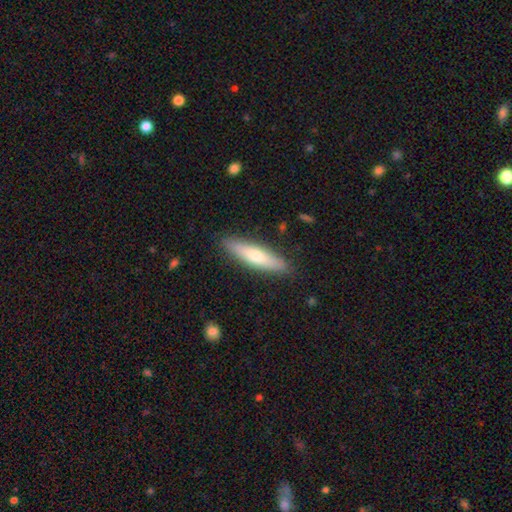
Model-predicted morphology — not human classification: Smooth or featured?
  - smooth: 61% *
  - featured or disk: 33%
  - star or artifact: 6%
How rounded?
  - cigar-shaped: 78% *
  - in between: 20%
  - round: 2%
Merging?
  - none: 88% *
  - minor disturbance: 9%
  - major disturbance: 2%
  - merger: 1%